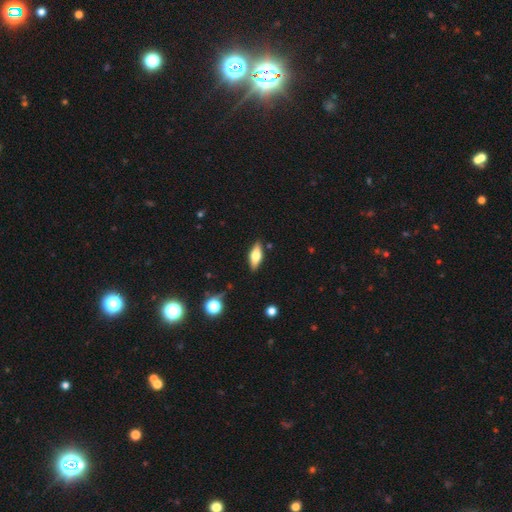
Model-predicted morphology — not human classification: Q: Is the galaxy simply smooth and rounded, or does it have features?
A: smooth — 53%.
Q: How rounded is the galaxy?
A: in between — 69%.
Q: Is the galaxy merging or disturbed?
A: none — 86%.